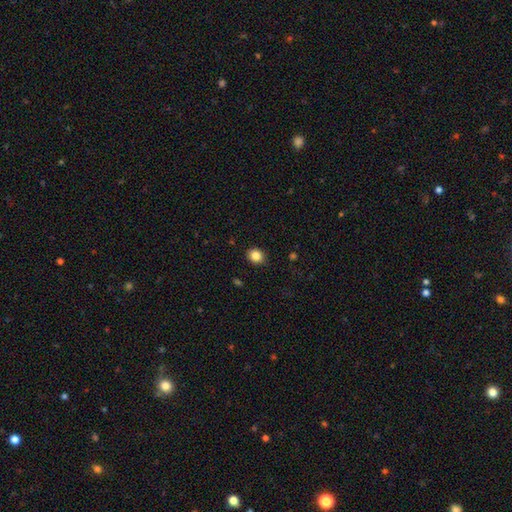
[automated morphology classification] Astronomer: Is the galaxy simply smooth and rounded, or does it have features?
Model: smooth — 85%.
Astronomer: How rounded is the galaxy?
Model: round — 66%.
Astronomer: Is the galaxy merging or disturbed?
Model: none — 89%.